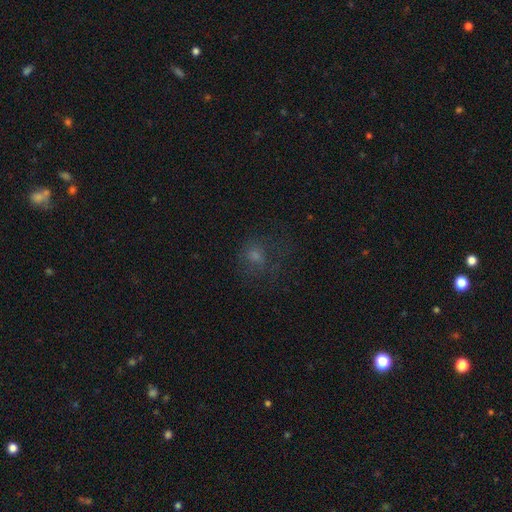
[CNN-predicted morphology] type=smooth (57%); roundness=round (68%); merging=none (53%).